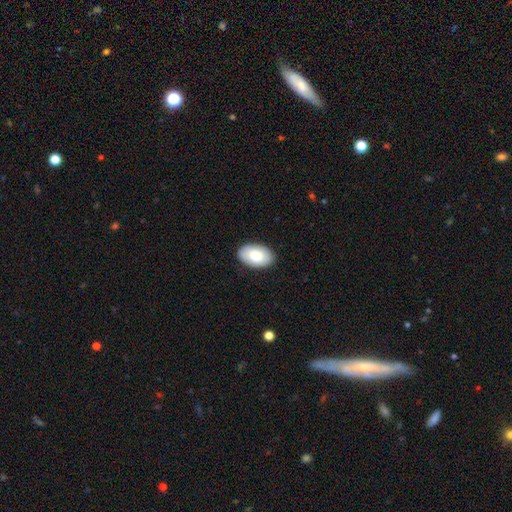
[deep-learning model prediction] The model was most divided on "smooth or featured": smooth: 82%, featured or disk: 13%, star or artifact: 6%. More confident: how rounded — in between (94%); merging — none (88%).